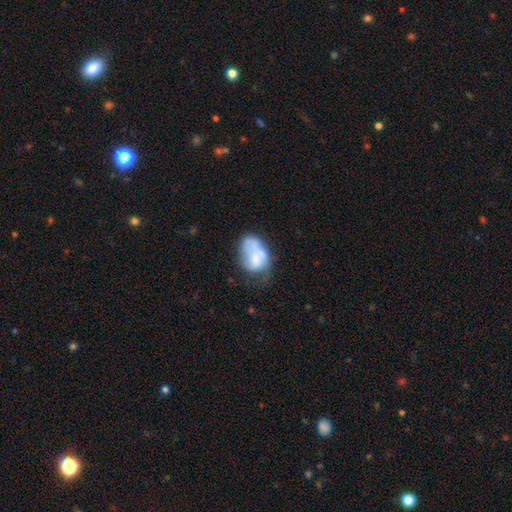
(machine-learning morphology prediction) A smooth galaxy with no disk features (59%) that is in between round and cigar-shaped (77%). Merging: minor disturbance (30%).